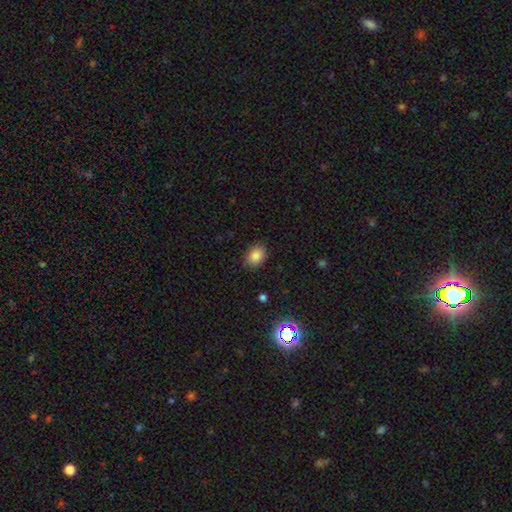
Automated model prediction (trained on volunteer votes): Morphology: type=smooth (85%); roundness=in between (67%); merging=none (85%).